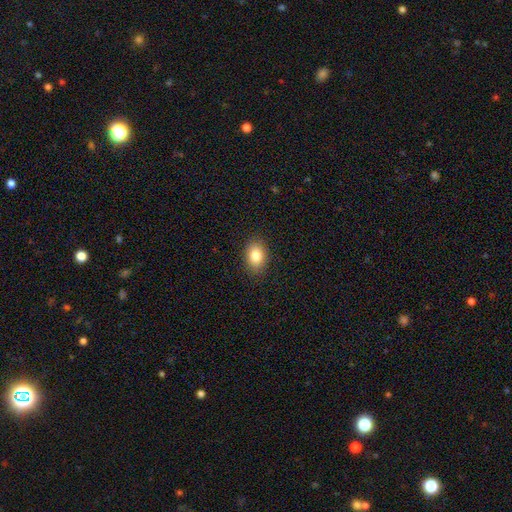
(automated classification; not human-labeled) Morphology: type=smooth (83%); roundness=in between (81%); merging=none (88%).